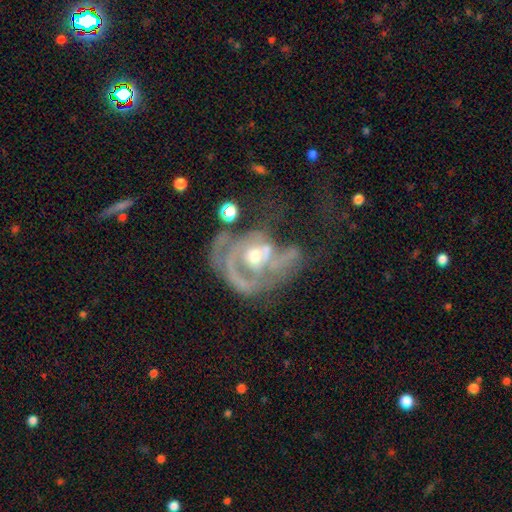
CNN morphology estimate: Smooth or featured: featured or disk — 82% (smooth — 11%)
Edge-on disk: no — 97% (yes — 3%)
Bar: no — 69% (weak — 24%)
Spiral arms: yes — 79% (no — 21%)
Spiral winding: tight — 46% (medium — 36%)
Spiral arm count: 2 — 30% (tied with can't tell — 30%)
Bulge size: moderate — 59% (small — 33%)
Merging: major disturbance — 39% (merger — 24%)